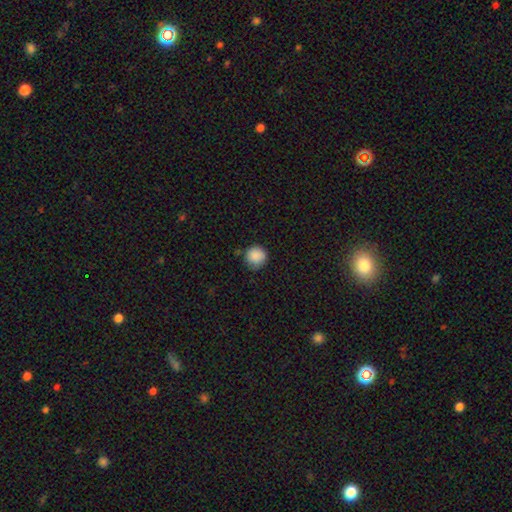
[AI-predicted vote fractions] Smooth or featured? smooth (88%)
How rounded? round (94%)
Merging? none (79%)